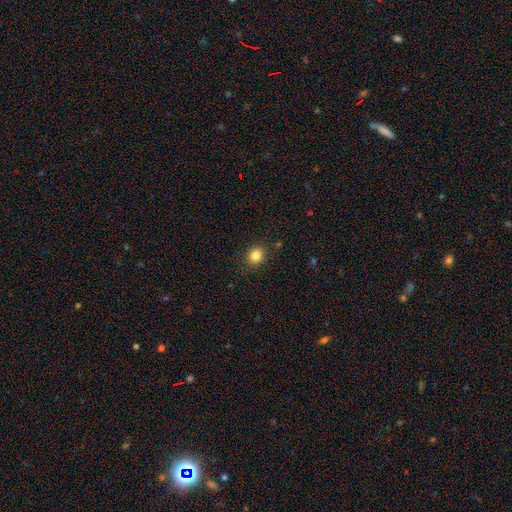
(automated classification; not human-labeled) Smooth or featured?
  - smooth: 83% *
  - star or artifact: 11%
  - featured or disk: 5%
How rounded?
  - round: 74% *
  - in between: 25%
  - cigar-shaped: 1%
Merging?
  - none: 87% *
  - minor disturbance: 9%
  - major disturbance: 3%
  - merger: 1%